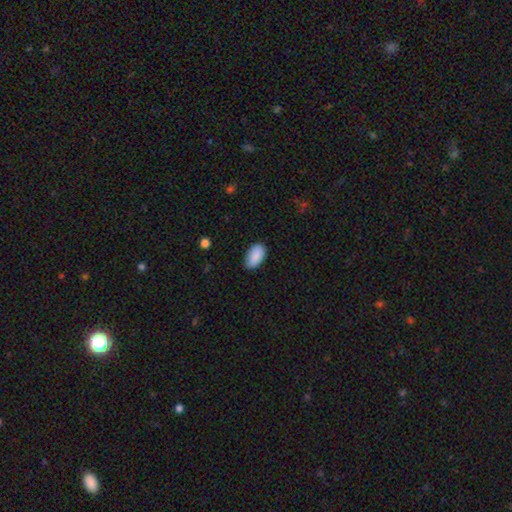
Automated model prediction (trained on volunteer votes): A smooth galaxy with no disk features (89%) that is in between round and cigar-shaped (95%).

Vote fractions:
- Smooth or featured? smooth: 89% / star or artifact: 6% / featured or disk: 4%
- How rounded? in between: 95% / round: 3% / cigar-shaped: 2%
- Merging? none: 83% / minor disturbance: 14% / major disturbance: 2% / merger: 1%